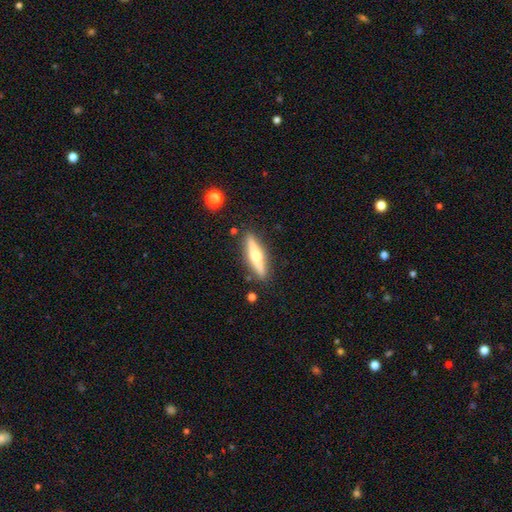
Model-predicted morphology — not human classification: Smooth or featured?
  - featured or disk: 61% *
  - smooth: 34%
  - star or artifact: 6%
Edge-on disk?
  - yes: 96% *
  - no: 4%
Edge-on bulge?
  - rounded: 91% *
  - none: 4%
  - boxy: 4%
Merging?
  - none: 88% *
  - minor disturbance: 8%
  - merger: 2%
  - major disturbance: 2%